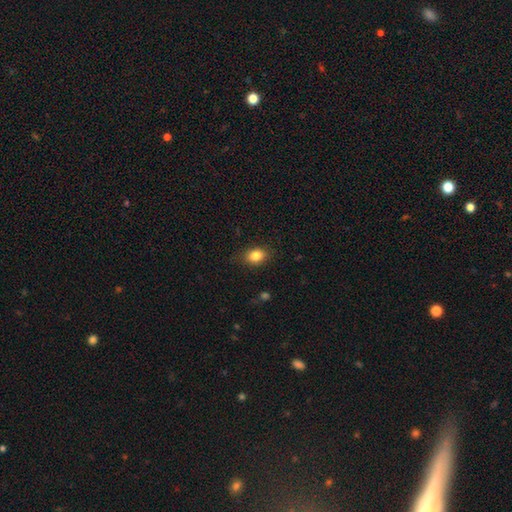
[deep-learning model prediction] smooth 85%, star or artifact 9%, featured or disk 6%. Down the decision tree: how rounded — in between (71%); merging — none (82%).